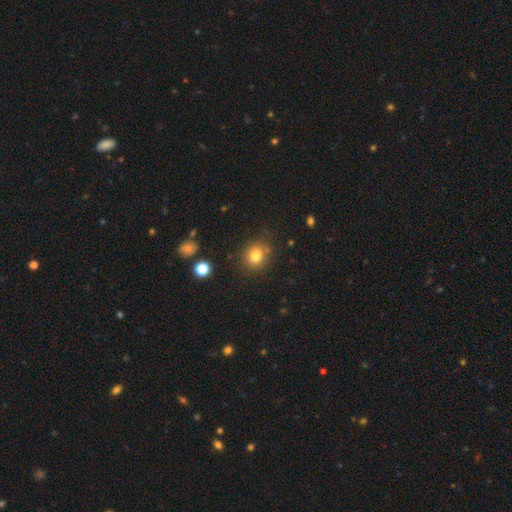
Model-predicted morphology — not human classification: A smooth galaxy with no disk features (81%) that is round (71%).

Vote fractions:
- Smooth or featured? smooth: 81% / star or artifact: 11% / featured or disk: 7%
- How rounded? round: 71% / in between: 28% / cigar-shaped: 1%
- Merging? none: 79% / minor disturbance: 13% / merger: 4% / major disturbance: 4%